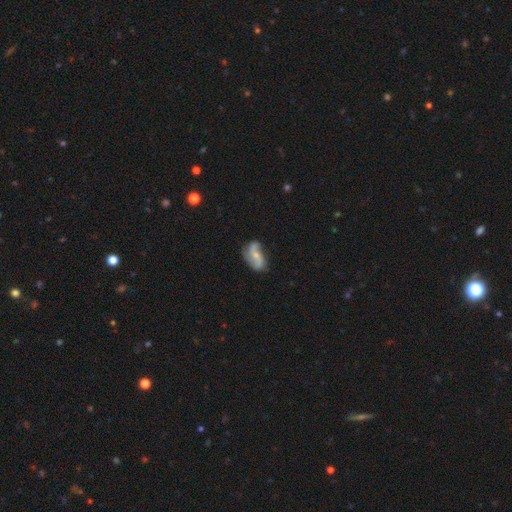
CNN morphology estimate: Overall: featured or disk (70%). Edge-on disk: no (96%). Bar: no (54%; weak 32%). Spiral arms: yes (91%). Spiral arm count: 2 (86%). Spiral winding: loose (66%). Bulge size: small (58%; moderate 33%). Merging: none (62%; minor disturbance 25%).